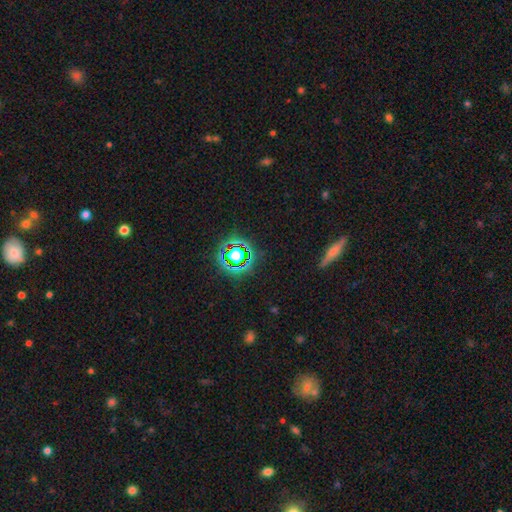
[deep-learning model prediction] The model was most divided on "smooth or featured": star or artifact: 71%, smooth: 17%, featured or disk: 12%.